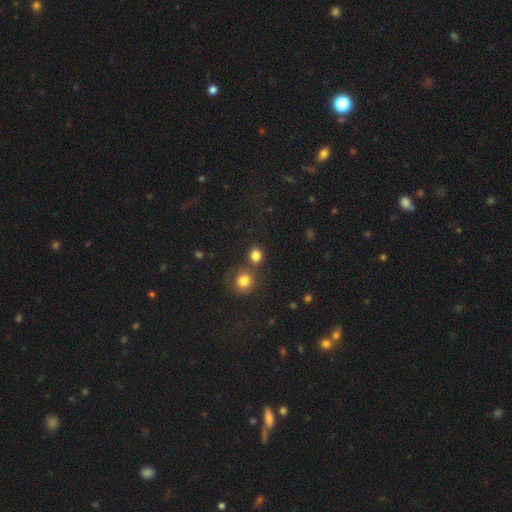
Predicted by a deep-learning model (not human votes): smooth-or-featured: smooth: 82% | star or artifact: 12% | featured or disk: 6%
  how-rounded: round: 78% | in between: 21% | cigar-shaped: 1%
  merging: none: 63% | merger: 25% | minor disturbance: 8% | major disturbance: 4%